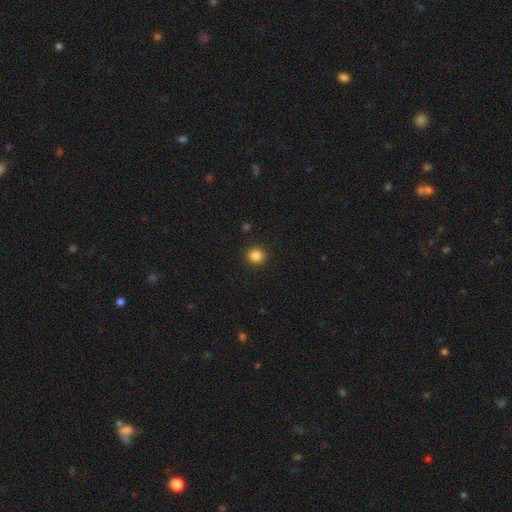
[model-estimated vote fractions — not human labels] The model was most divided on "smooth or featured": smooth: 85%, star or artifact: 11%, featured or disk: 4%. More confident: how rounded — round (93%); merging — none (92%).